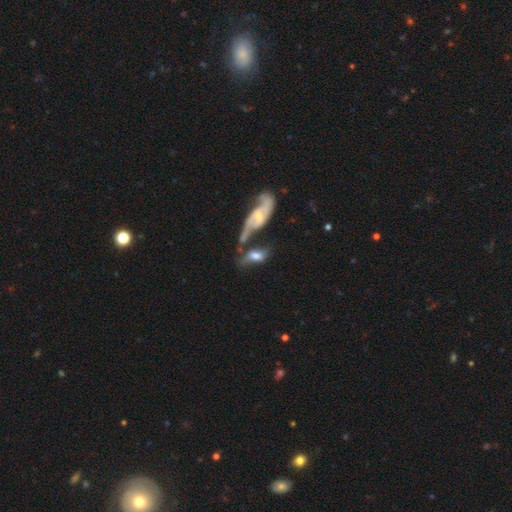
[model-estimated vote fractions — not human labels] smooth-or-featured: smooth: 48% | featured or disk: 45% | star or artifact: 7%
  merging: merger: 48% | none: 24% | minor disturbance: 15% | major disturbance: 13%